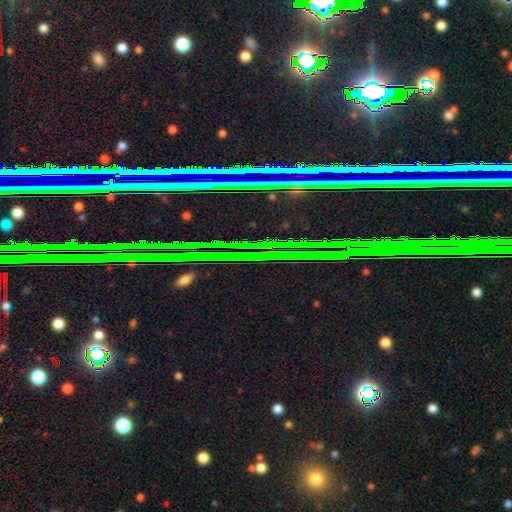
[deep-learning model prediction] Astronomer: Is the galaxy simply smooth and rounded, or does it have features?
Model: star or artifact — 77%.